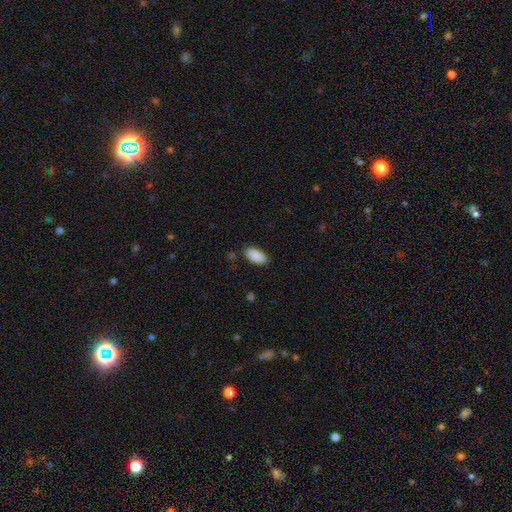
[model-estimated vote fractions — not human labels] Smooth or featured?
  - smooth: 90% *
  - star or artifact: 6%
  - featured or disk: 4%
How rounded?
  - in between: 93% *
  - cigar-shaped: 5%
  - round: 2%
Merging?
  - none: 86% *
  - minor disturbance: 10%
  - major disturbance: 2%
  - merger: 2%